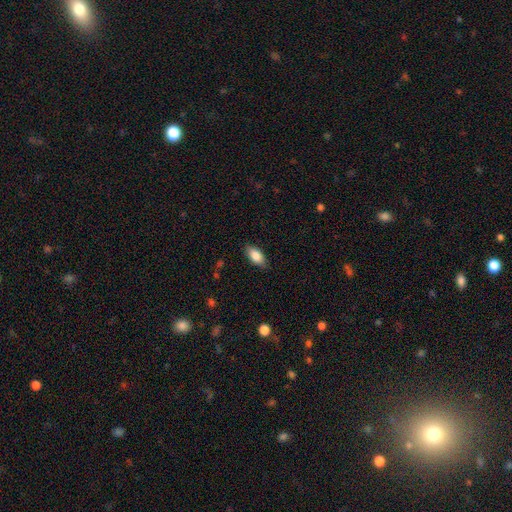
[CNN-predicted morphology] Smooth or featured?
  - smooth: 85% *
  - featured or disk: 8%
  - star or artifact: 7%
How rounded?
  - in between: 90% *
  - cigar-shaped: 7%
  - round: 3%
Merging?
  - none: 84% *
  - minor disturbance: 12%
  - major disturbance: 3%
  - merger: 1%